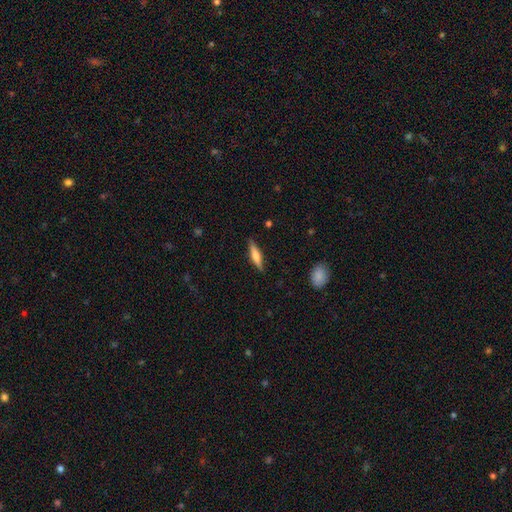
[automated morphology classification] This is possibly a smooth galaxy (53%). How rounded: likely cigar-shaped (77%). Merging: clearly none (86%).